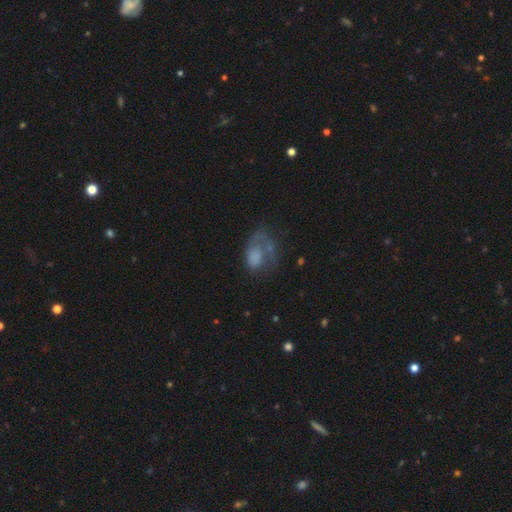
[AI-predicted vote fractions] smooth-or-featured: smooth: 53% | featured or disk: 37% | star or artifact: 11%
  how-rounded: in between: 81% | round: 17% | cigar-shaped: 1%
  merging: major disturbance: 43% | none: 30% | minor disturbance: 20% | merger: 7%